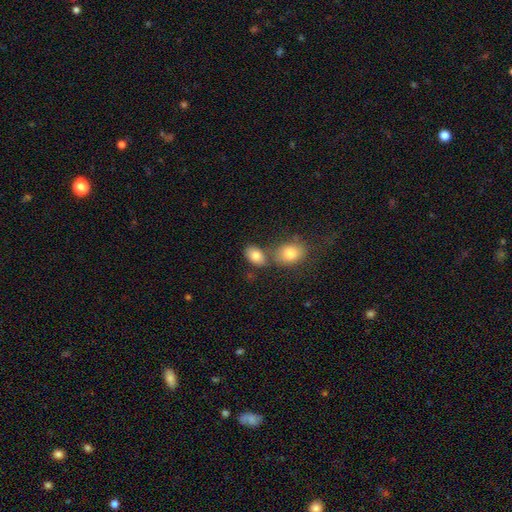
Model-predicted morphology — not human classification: This is clearly a smooth galaxy (81%). How rounded: clearly in between (86%). Merging: possibly none (57%).